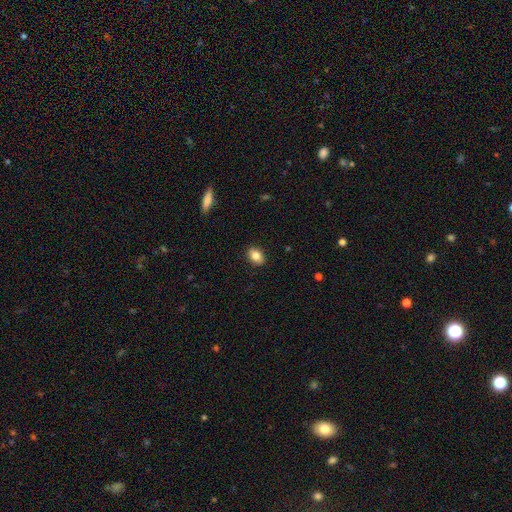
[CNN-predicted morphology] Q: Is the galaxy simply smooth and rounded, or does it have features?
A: smooth — 85%.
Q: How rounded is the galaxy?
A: in between — 80%.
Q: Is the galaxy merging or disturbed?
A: none — 89%.